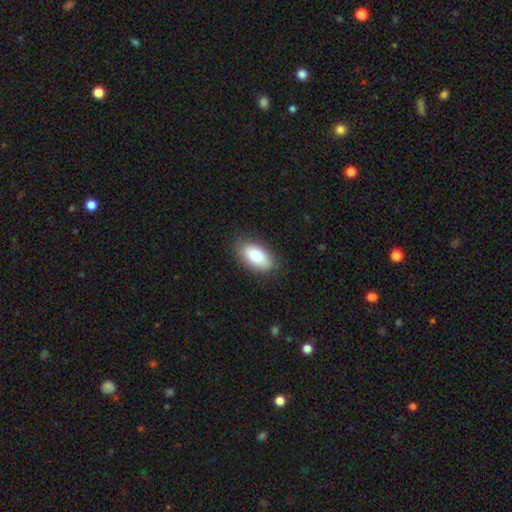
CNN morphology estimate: Overall: smooth (84%). How rounded: in between (93%). Merging: none (84%).